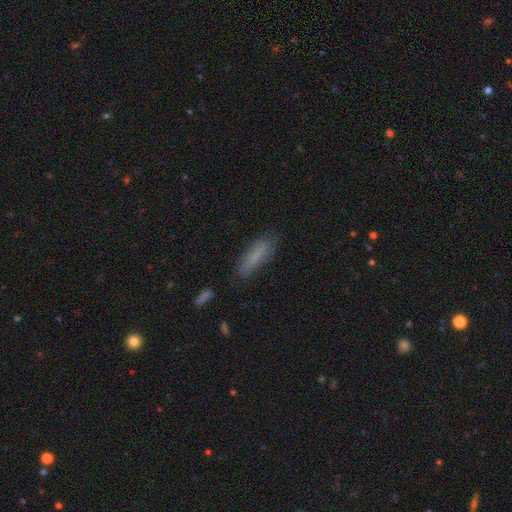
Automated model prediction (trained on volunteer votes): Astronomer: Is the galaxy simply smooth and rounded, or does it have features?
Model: smooth — 76%.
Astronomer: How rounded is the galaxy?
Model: cigar-shaped — 65%.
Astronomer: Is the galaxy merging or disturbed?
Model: none — 78%.